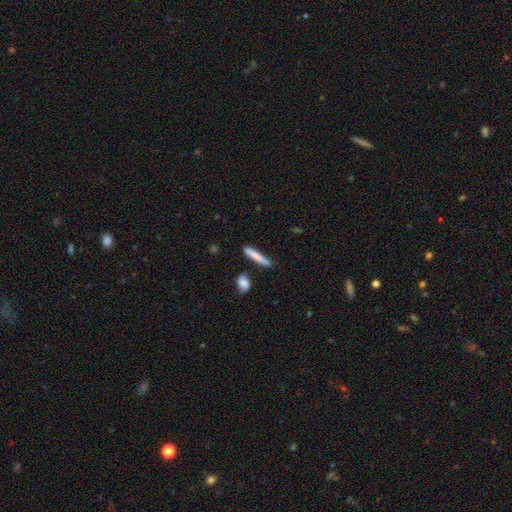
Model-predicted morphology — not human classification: A smooth galaxy with no disk features (75%) that is cigar-shaped (90%). Merging: none (76%).